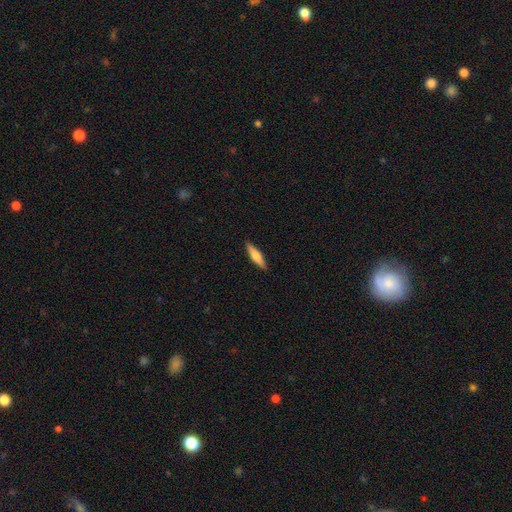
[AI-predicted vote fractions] Smooth or featured? Predicted: smooth (p=0.59). How rounded? Predicted: cigar-shaped (p=0.74). Merging? Predicted: none (p=0.90).